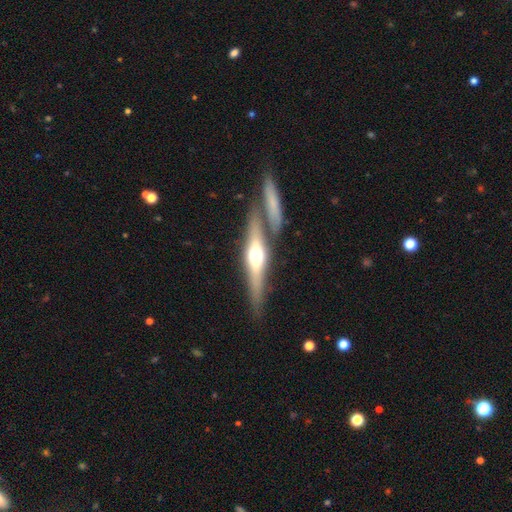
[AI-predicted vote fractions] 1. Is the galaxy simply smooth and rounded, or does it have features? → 66% featured or disk, 28% smooth, 6% star or artifact.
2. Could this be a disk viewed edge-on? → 93% yes, 7% no.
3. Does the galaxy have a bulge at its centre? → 91% rounded, 5% boxy, 3% none.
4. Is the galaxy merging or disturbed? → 69% none, 17% merger, 11% minor disturbance, 3% major disturbance.